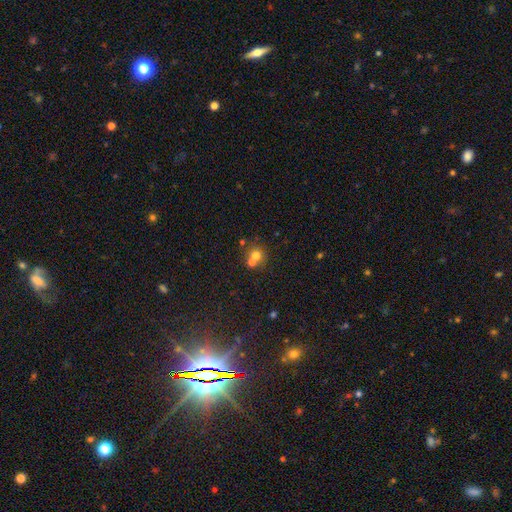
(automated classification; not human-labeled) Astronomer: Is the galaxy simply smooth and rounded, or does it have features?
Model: smooth — 68%.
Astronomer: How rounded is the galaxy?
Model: round — 87%.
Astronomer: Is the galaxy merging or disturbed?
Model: none — 48% (runner-up: merger, 42%).